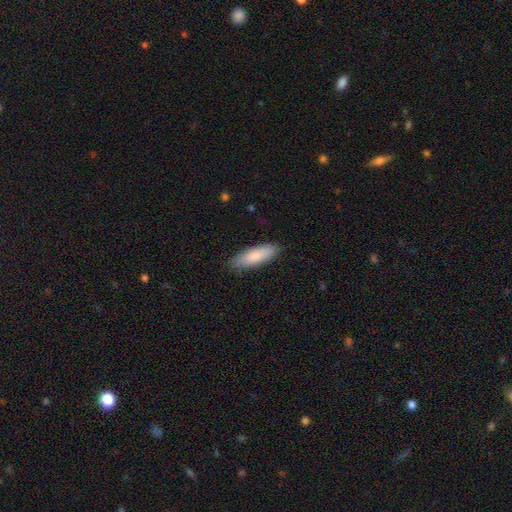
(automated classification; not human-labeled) smooth_or_featured: smooth (p=0.83) [alt: featured or disk p=0.12]
how_rounded: cigar-shaped (p=0.50) [alt: in between p=0.48]
merging: none (p=0.85) [alt: minor disturbance p=0.12]